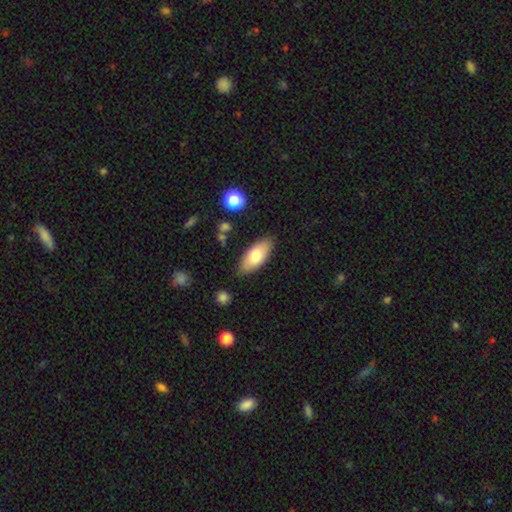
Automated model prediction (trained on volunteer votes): Smooth or featured? Predicted: smooth (p=0.74). How rounded? Predicted: in between (p=0.85). Merging? Predicted: none (p=0.85).